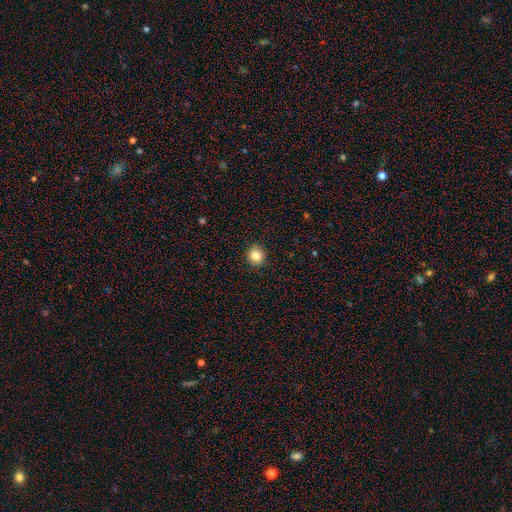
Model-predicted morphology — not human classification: Smooth or featured? Predicted: smooth (p=0.84). How rounded? Predicted: round (p=0.84). Merging? Predicted: none (p=0.90).